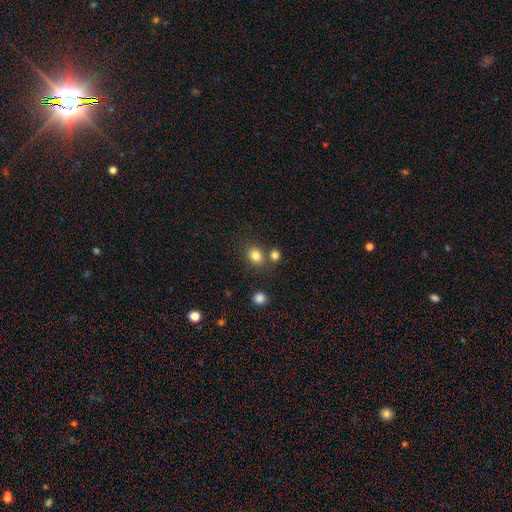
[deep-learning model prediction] This appears to be a smooth galaxy with no disk features (82%) that is round (54%). Merging: none (70%).